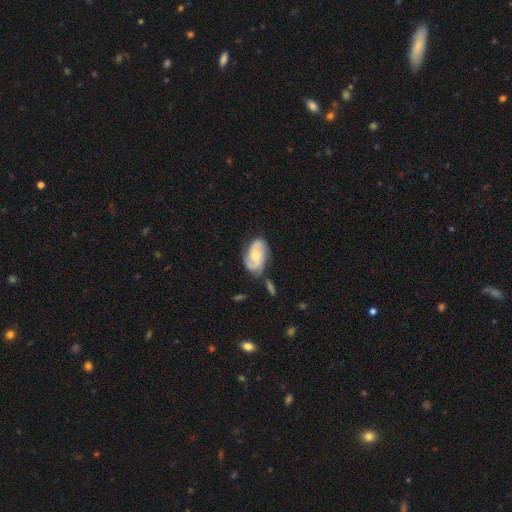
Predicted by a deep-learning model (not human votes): A featured or disk galaxy (67%) with no bar (64%), 2 (63%) medium (45%) spiral arms (93%) and a small central bulge (45%). Merging: none (61%).